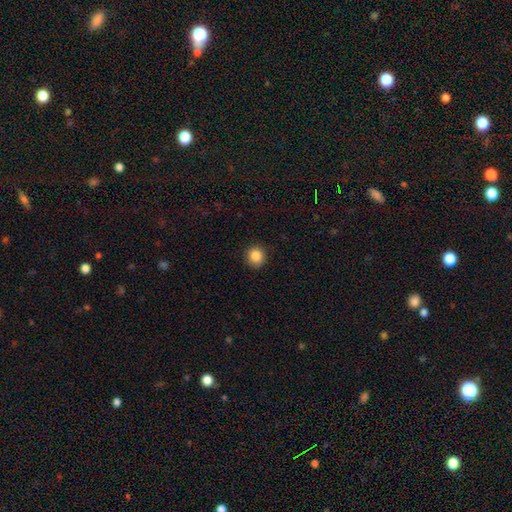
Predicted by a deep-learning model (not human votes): Smooth or featured? smooth (87%)
How rounded? round (91%)
Merging? none (91%)